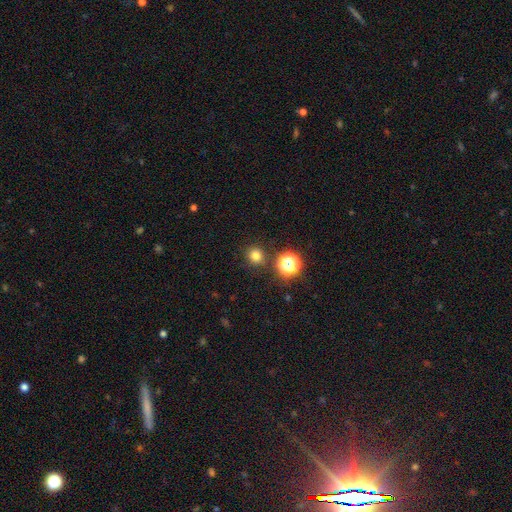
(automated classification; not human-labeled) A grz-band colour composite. It shows a smooth galaxy with no disk features (76%) that is round (90%). Merging: none (87%).